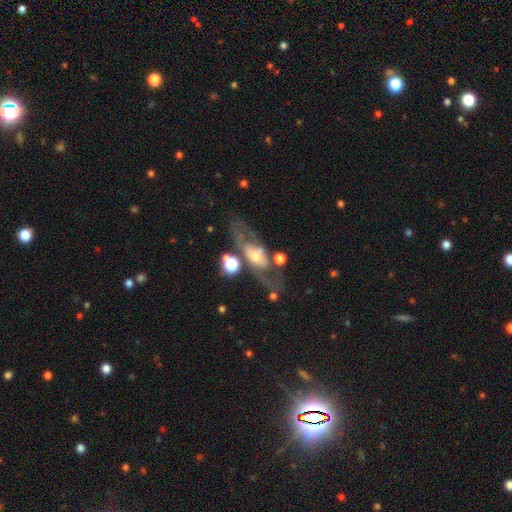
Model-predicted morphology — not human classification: Q: Smooth or featured?
A: featured or disk (69%); runner-up: smooth (22%)
Q: Edge-on disk?
A: no (83%); runner-up: yes (17%)
Q: Bar?
A: no (66%); runner-up: weak (23%)
Q: Spiral arms?
A: yes (50%); tied with: no (50%)
Q: Bulge size?
A: moderate (53%); runner-up: small (31%)
Q: Merging?
A: none (58%); runner-up: minor disturbance (16%)